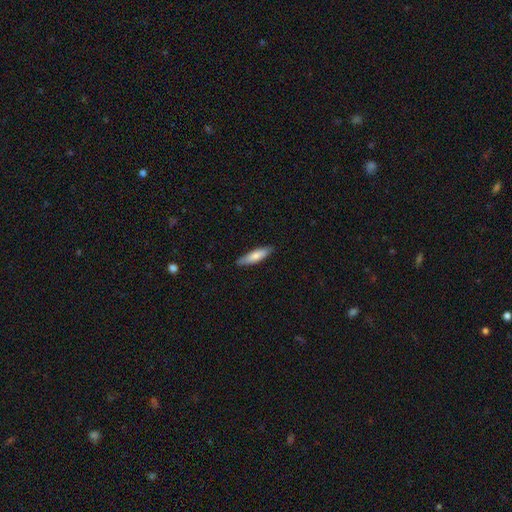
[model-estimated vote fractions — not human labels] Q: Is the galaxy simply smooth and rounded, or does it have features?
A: smooth — 76%.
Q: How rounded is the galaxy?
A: cigar-shaped — 67%.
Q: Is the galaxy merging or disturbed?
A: none — 87%.